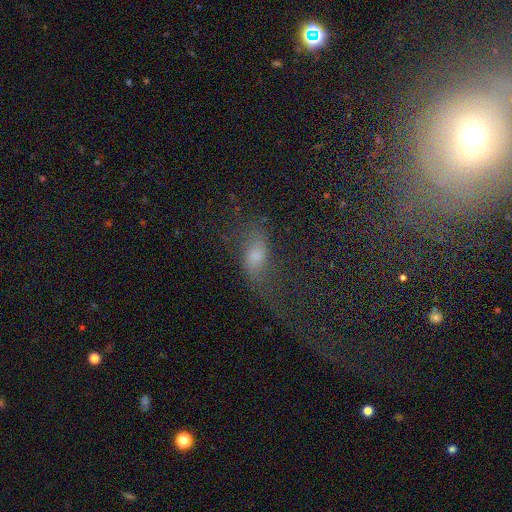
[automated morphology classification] This appears to be a smooth galaxy with no disk features (41%). Merging: major disturbance (41%).